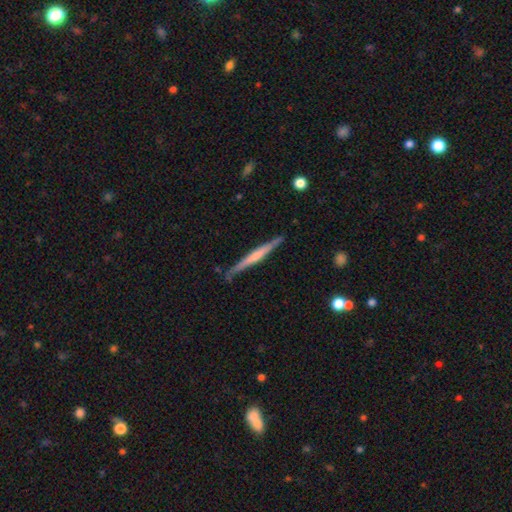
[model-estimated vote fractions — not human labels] smooth-or-featured: featured or disk: 71% | smooth: 22% | star or artifact: 6%
  disk-edge-on: yes: 98% | no: 2%
    edge-on-bulge: rounded: 61% | none: 27% | boxy: 12%
  merging: none: 89% | minor disturbance: 8% | major disturbance: 2% | merger: 1%